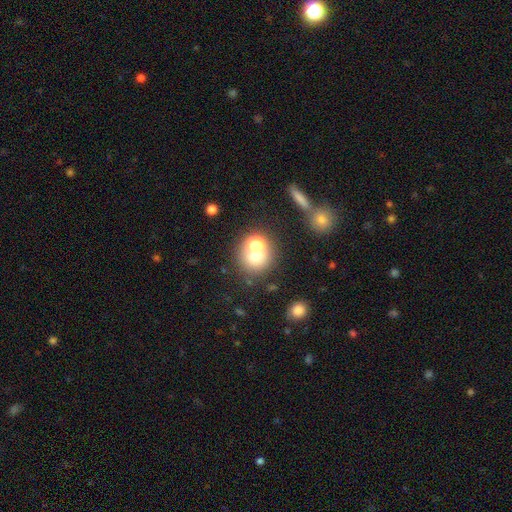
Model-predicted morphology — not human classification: A smooth galaxy with no disk features (65%) that is round (83%).

Vote fractions:
- Smooth or featured? smooth: 65% / featured or disk: 18% / star or artifact: 17%
- How rounded? round: 83% / in between: 16% / cigar-shaped: 1%
- Merging? none: 47% / merger: 40% / minor disturbance: 8% / major disturbance: 5%